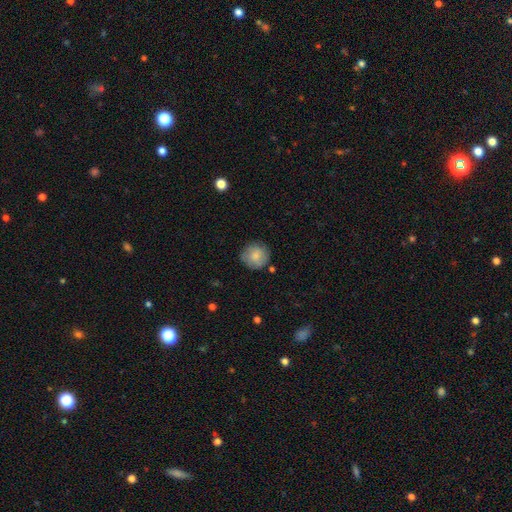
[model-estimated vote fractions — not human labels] Smooth or featured?
  - smooth: 79% *
  - featured or disk: 14%
  - star or artifact: 7%
How rounded?
  - round: 91% *
  - in between: 8%
  - cigar-shaped: 1%
Merging?
  - none: 79% *
  - minor disturbance: 15%
  - major disturbance: 4%
  - merger: 2%